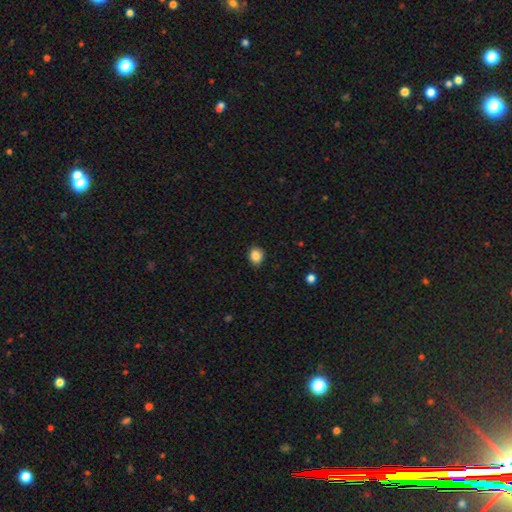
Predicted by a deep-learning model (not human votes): A smooth galaxy with no disk features (87%) that is round (58%). Merging: none (87%).